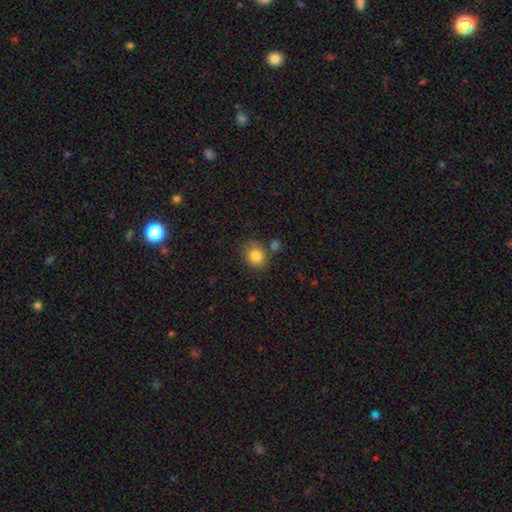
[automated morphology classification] Smooth or featured: smooth — 83% (star or artifact — 9%)
How rounded: round — 61% (in between — 38%)
Merging: none — 70% (minor disturbance — 15%)